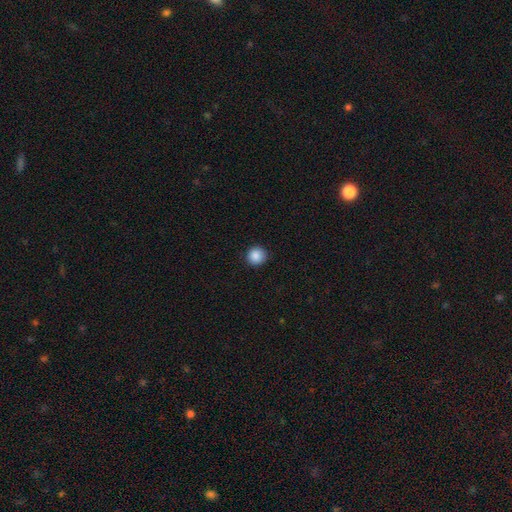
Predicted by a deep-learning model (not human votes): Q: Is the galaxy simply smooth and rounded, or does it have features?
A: smooth — 88%.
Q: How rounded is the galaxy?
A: round — 93%.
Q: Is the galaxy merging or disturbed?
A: none — 91%.